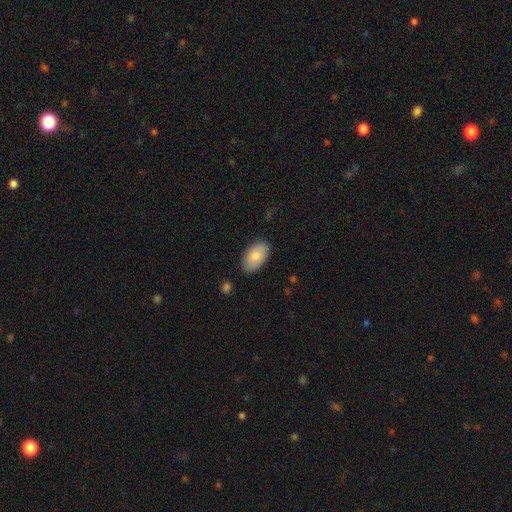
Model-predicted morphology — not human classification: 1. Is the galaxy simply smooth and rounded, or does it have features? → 81% smooth, 13% featured or disk, 6% star or artifact.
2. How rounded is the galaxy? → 94% in between, 5% round, 1% cigar-shaped.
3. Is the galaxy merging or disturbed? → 86% none, 11% minor disturbance, 2% major disturbance, 1% merger.